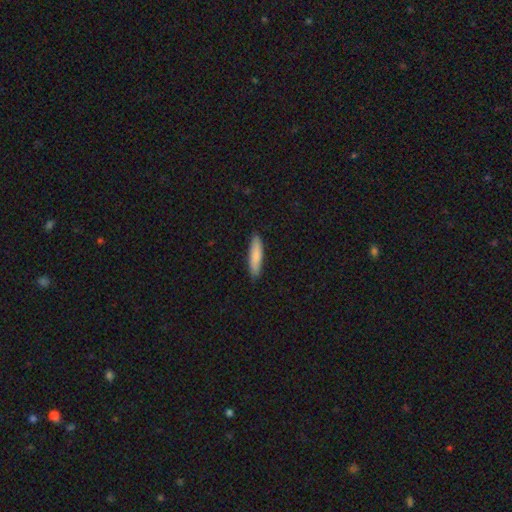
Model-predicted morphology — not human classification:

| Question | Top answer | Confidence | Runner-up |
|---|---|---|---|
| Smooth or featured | smooth | 84% | featured or disk (11%) |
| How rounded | cigar-shaped | 80% | in between (19%) |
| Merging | none | 88% | minor disturbance (9%) |